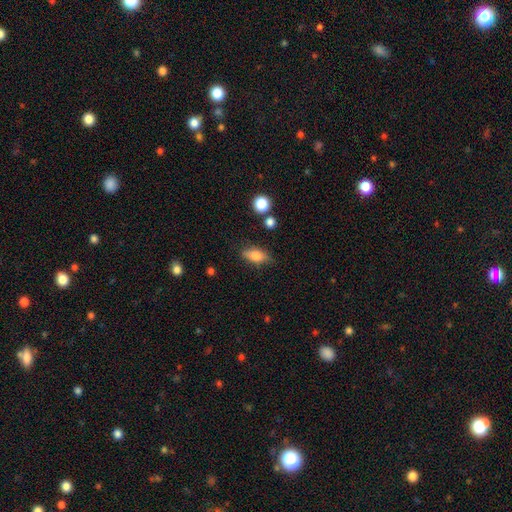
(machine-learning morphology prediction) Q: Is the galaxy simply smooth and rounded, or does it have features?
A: smooth — 72%.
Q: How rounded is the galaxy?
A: in between — 79%.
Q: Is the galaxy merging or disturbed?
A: none — 77%.